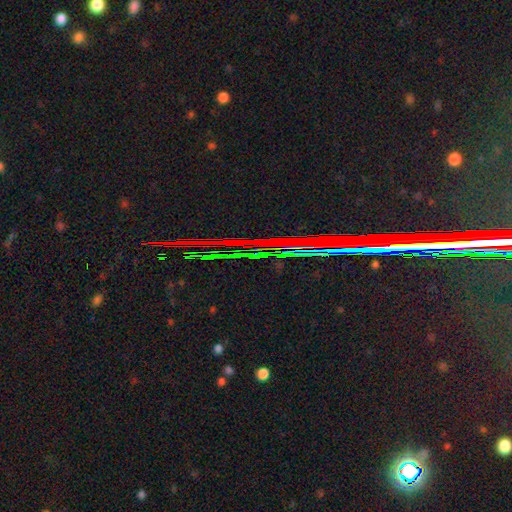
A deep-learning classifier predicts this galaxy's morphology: Smooth or featured?
  - star or artifact: 84% *
  - featured or disk: 8%
  - smooth: 7%